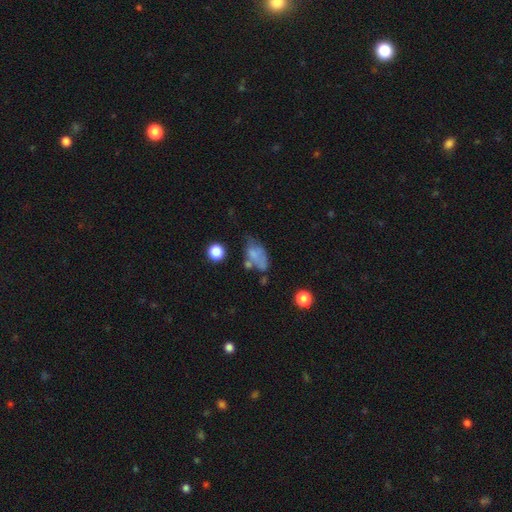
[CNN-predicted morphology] A smooth galaxy with no disk features (64%) that is in between round and cigar-shaped (86%). Merging: minor disturbance (31%).